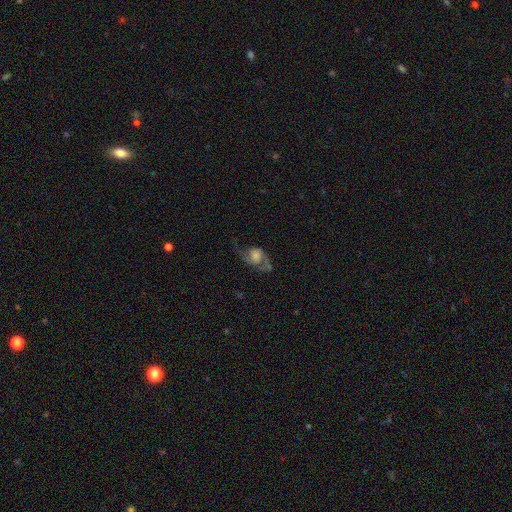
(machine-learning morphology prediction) Q: Smooth or featured?
A: featured or disk (69%); runner-up: smooth (23%)
Q: Edge-on disk?
A: no (96%); runner-up: yes (4%)
Q: Bar?
A: no (72%); runner-up: weak (24%)
Q: Spiral arms?
A: yes (89%); runner-up: no (11%)
Q: Spiral winding?
A: loose (56%); runner-up: medium (34%)
Q: Spiral arm count?
A: 2 (84%); runner-up: 1 (8%)
Q: Bulge size?
A: large (34%); runner-up: moderate (27%)
Q: Merging?
A: none (50%); runner-up: major disturbance (25%)